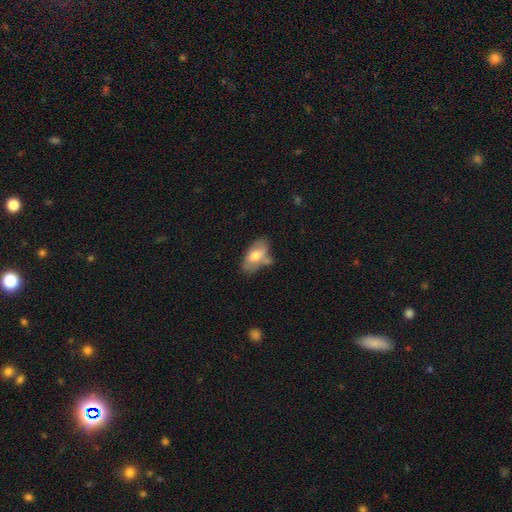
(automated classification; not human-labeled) smooth 64%, featured or disk 30%, star or artifact 6%. Down the decision tree: how rounded — in between (92%); merging — none (46%).